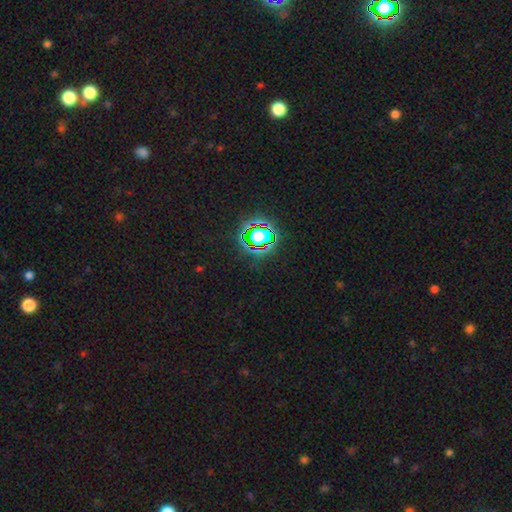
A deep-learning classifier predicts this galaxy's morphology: smooth_or_featured: star or artifact (p=0.79) [alt: smooth p=0.13]